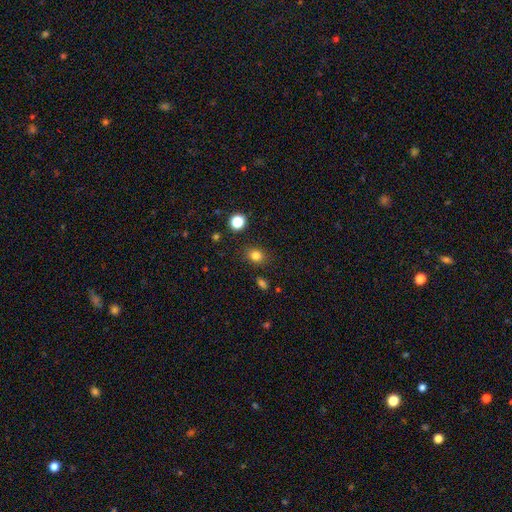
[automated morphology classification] A smooth galaxy with no disk features (80%) that is round (58%). Merging: none (86%).